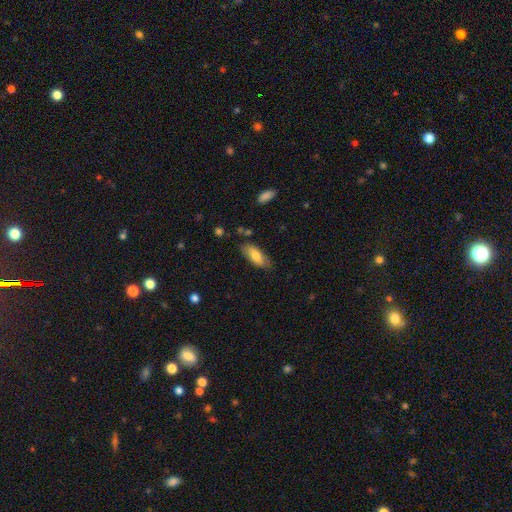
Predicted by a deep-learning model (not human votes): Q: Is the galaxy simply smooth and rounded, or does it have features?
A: smooth — 75%.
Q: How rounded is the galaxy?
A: in between — 80%.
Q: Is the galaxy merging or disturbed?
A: none — 79%.